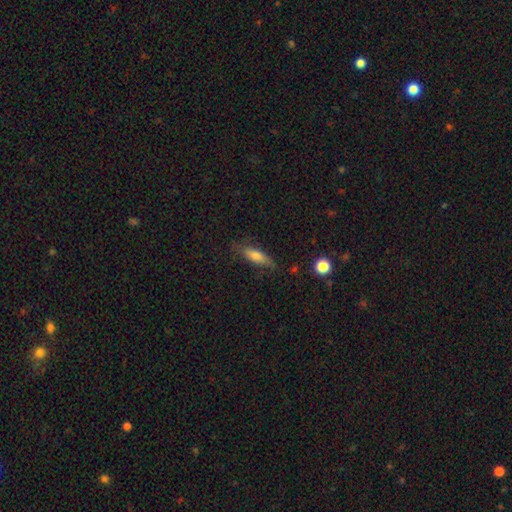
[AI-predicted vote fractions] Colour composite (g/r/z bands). It shows a smooth galaxy with no disk features (67%) that is cigar-shaped (53%). Merging: none (71%).